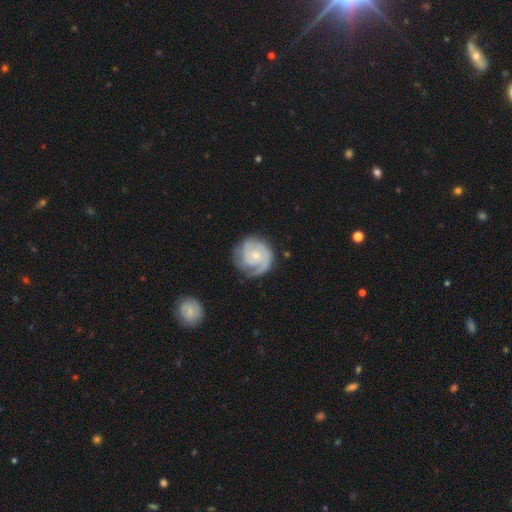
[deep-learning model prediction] This appears to be a featured or disk galaxy (81%) with no bar (74%), 2 (43%) tight (64%) spiral arms (96%) and a small central bulge (66%). Merging: none (74%).